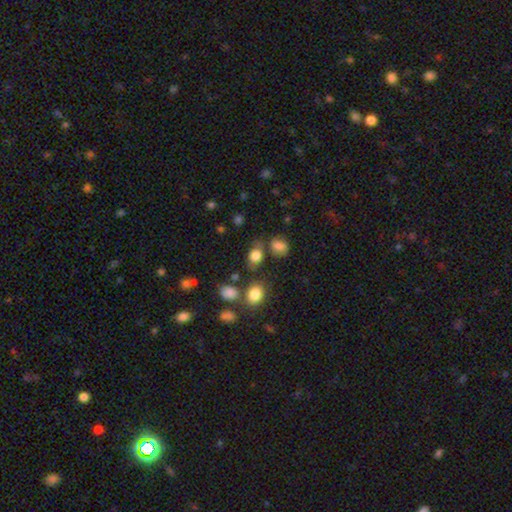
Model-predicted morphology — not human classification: A smooth galaxy with no disk features (78%) that is in between round and cigar-shaped (67%).

Vote fractions:
- Smooth or featured? smooth: 78% / star or artifact: 12% / featured or disk: 9%
- How rounded? in between: 67% / round: 31% / cigar-shaped: 2%
- Merging? none: 63% / minor disturbance: 19% / merger: 11% / major disturbance: 7%